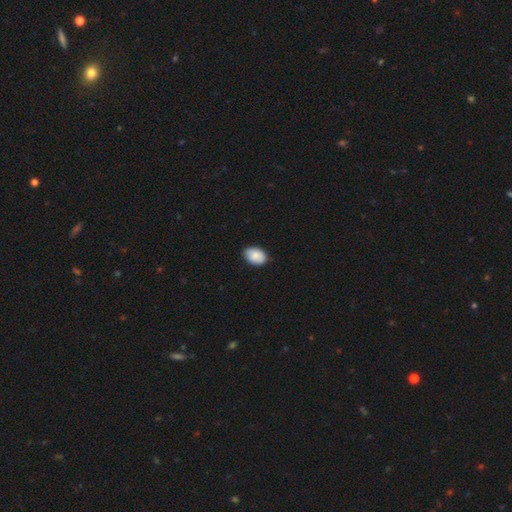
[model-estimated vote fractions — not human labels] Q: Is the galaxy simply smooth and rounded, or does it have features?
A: smooth — 86%.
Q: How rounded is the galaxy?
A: in between — 82%.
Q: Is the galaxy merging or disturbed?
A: none — 85%.